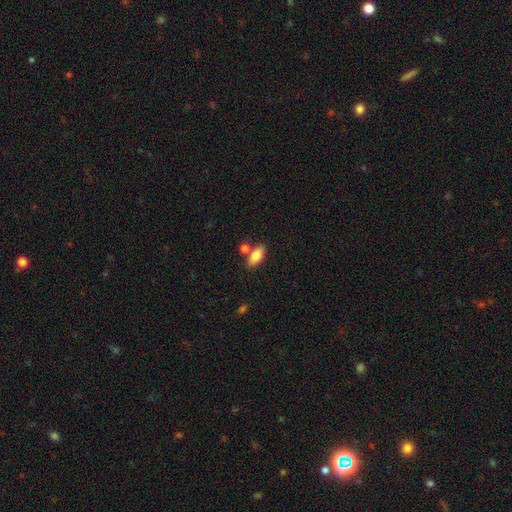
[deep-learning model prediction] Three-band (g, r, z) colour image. It shows a smooth galaxy with no disk features (80%) that is in between round and cigar-shaped (87%). Merging: none (70%).